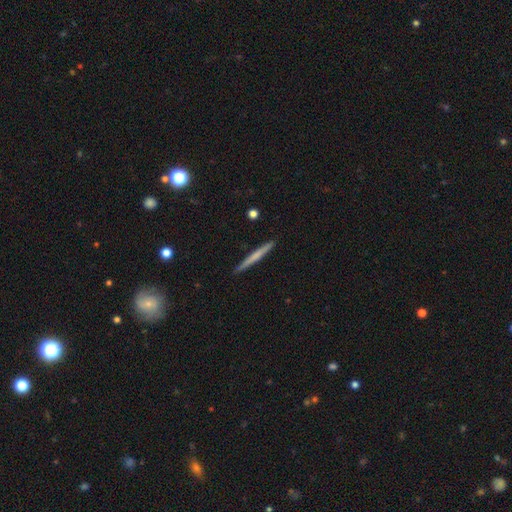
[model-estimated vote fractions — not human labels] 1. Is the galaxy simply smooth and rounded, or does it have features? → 52% smooth, 42% featured or disk, 5% star or artifact.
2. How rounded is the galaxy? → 97% cigar-shaped, 2% in between, 1% round.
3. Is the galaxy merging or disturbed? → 92% none, 6% minor disturbance, 1% major disturbance, 1% merger.